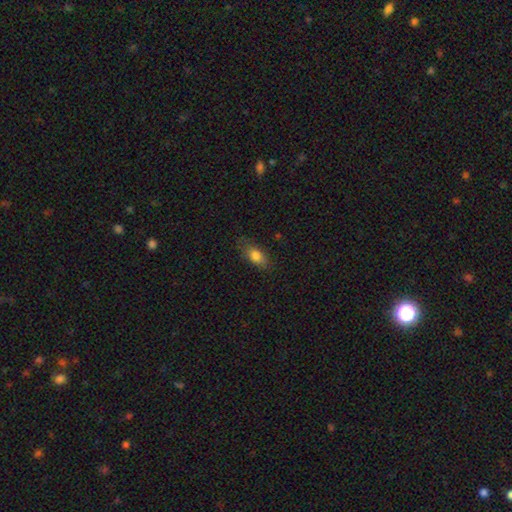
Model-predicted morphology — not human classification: A smooth galaxy with no disk features (80%) that is in between round and cigar-shaped (83%).

Vote fractions:
- Smooth or featured? smooth: 80% / featured or disk: 12% / star or artifact: 9%
- How rounded? in between: 83% / cigar-shaped: 9% / round: 8%
- Merging? none: 75% / minor disturbance: 19% / major disturbance: 5% / merger: 1%